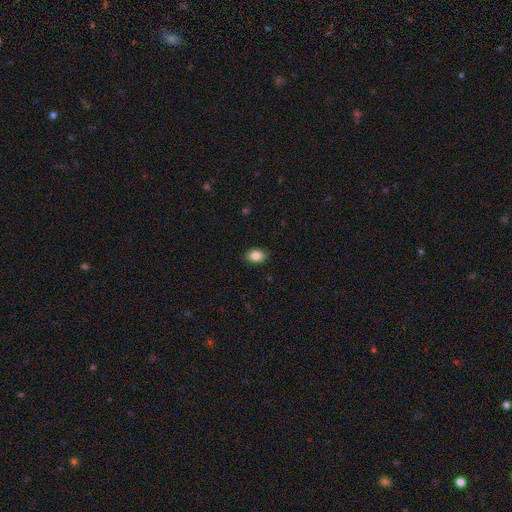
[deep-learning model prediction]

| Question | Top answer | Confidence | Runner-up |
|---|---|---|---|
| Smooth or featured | smooth | 86% | star or artifact (8%) |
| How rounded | in between | 74% | round (25%) |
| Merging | none | 88% | minor disturbance (9%) |